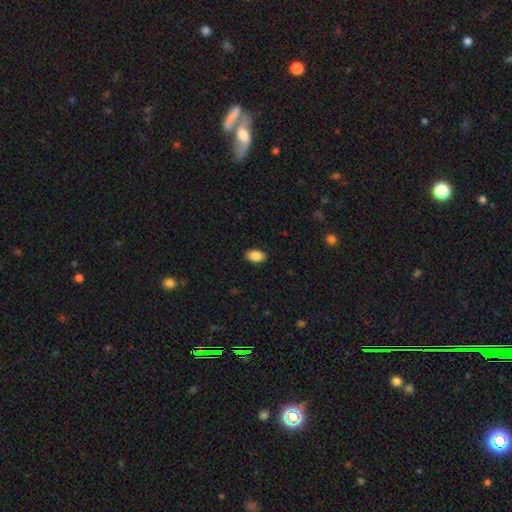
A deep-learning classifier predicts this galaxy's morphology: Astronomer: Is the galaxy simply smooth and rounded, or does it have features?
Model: smooth — 88%.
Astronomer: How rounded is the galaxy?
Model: in between — 92%.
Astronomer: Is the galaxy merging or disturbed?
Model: none — 89%.